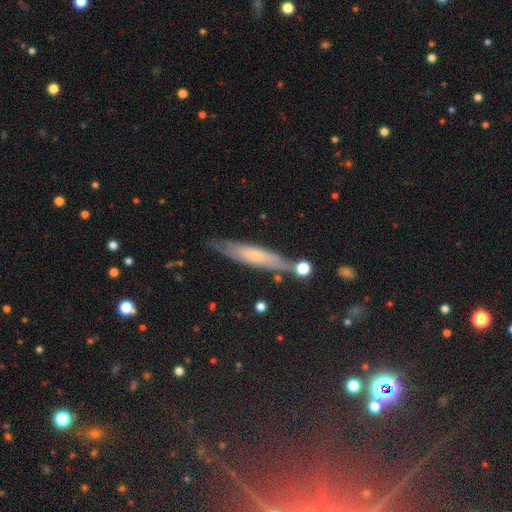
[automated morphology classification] Smooth or featured?
  - smooth: 50% *
  - featured or disk: 41%
  - star or artifact: 9%
Merging?
  - none: 75% *
  - minor disturbance: 17%
  - merger: 5%
  - major disturbance: 4%